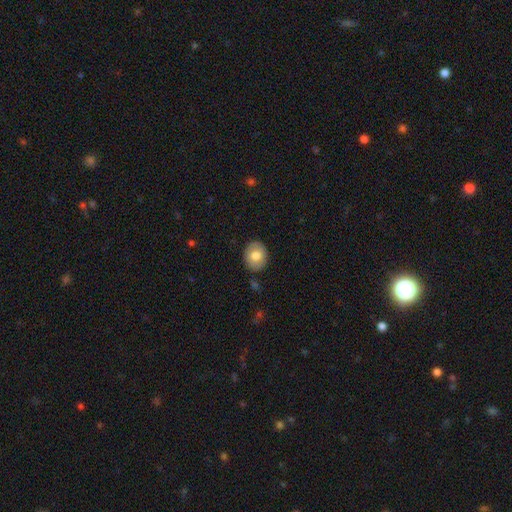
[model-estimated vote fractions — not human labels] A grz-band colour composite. It shows a smooth galaxy with no disk features (74%) that is in between round and cigar-shaped (50%). Merging: none (87%).